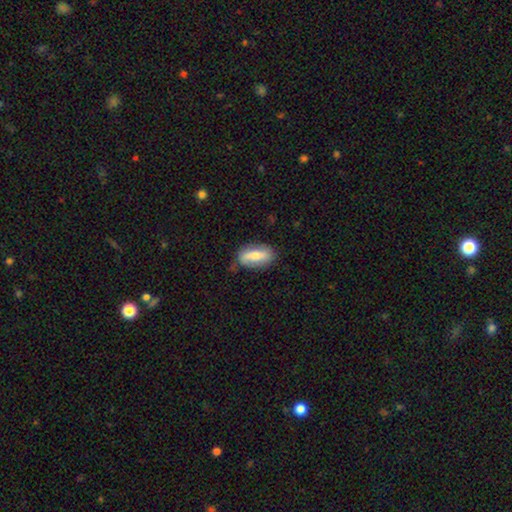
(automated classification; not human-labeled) Smooth or featured: smooth — 53% (featured or disk — 41%)
How rounded: in between — 85% (cigar-shaped — 10%)
Merging: none — 71% (minor disturbance — 22%)